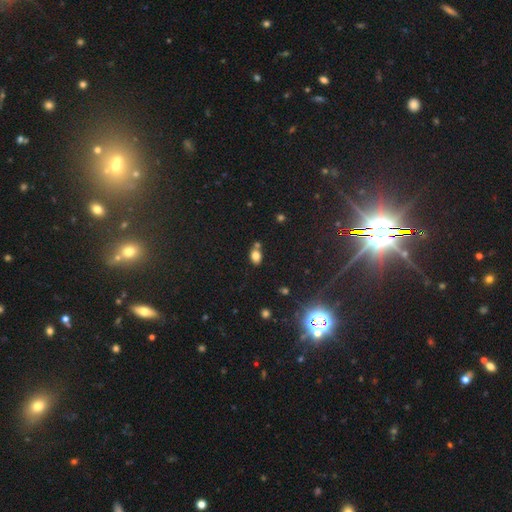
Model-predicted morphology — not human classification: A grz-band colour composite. It shows a smooth galaxy with no disk features (77%) that is in between round and cigar-shaped (75%). Merging: none (60%).